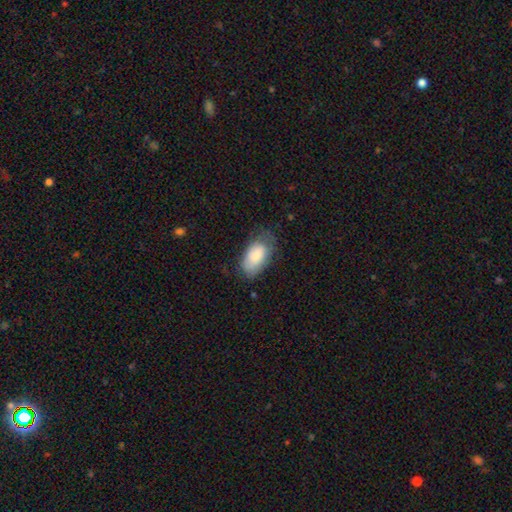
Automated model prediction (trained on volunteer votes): smooth-or-featured: smooth: 80% | featured or disk: 14% | star or artifact: 6%
  how-rounded: in between: 94% | round: 4% | cigar-shaped: 2%
  merging: none: 55% | minor disturbance: 31% | major disturbance: 12% | merger: 1%